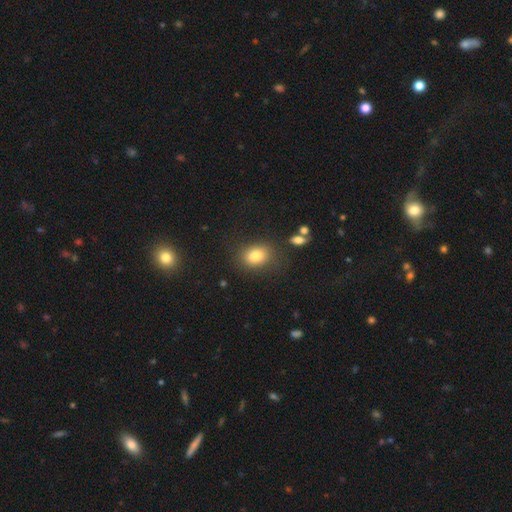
smooth_or_featured: smooth (p=0.82) [alt: featured or disk p=0.10]
how_rounded: in between (p=0.56) [alt: round p=0.44]
merging: none (p=0.69) [alt: minor disturbance p=0.22]